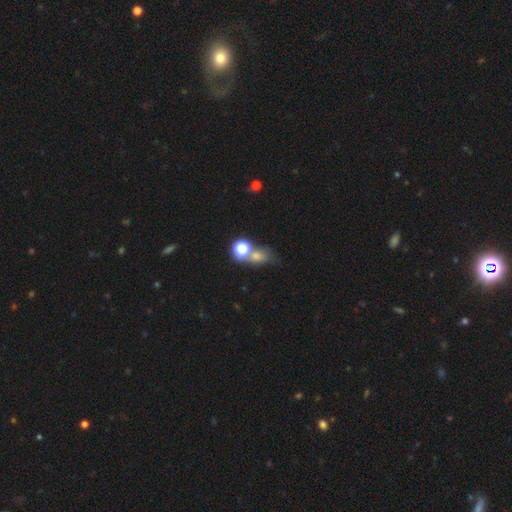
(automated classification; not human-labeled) Smooth or featured? Predicted: smooth (p=0.66). How rounded? Predicted: round (p=0.50). Merging? Predicted: none (p=0.42).